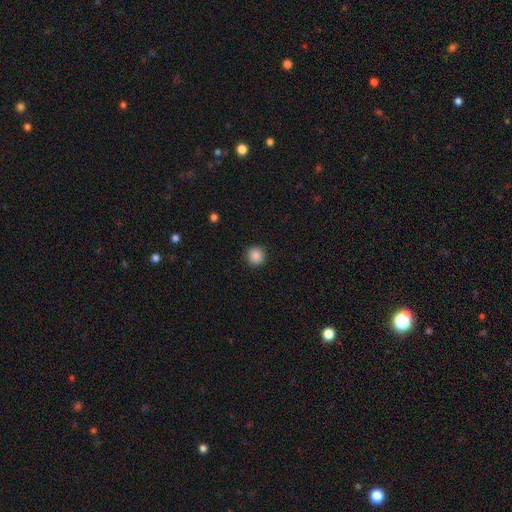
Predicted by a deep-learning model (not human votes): smooth_or_featured: smooth (p=0.88) [alt: star or artifact p=0.10]
how_rounded: round (p=0.93) [alt: in between p=0.06]
merging: none (p=0.91) [alt: minor disturbance p=0.06]